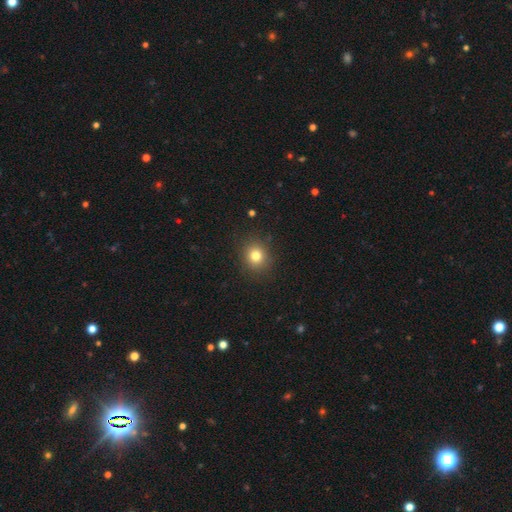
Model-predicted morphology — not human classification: The model was most divided on "how rounded": round: 79%, in between: 20%, cigar-shaped: 1%. More confident: merging — none (89%); smooth or featured — smooth (79%).